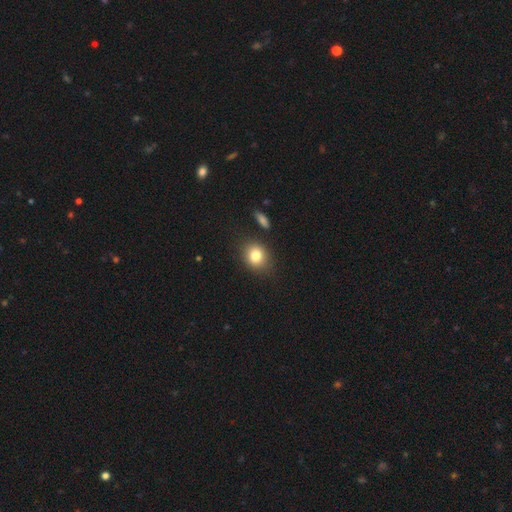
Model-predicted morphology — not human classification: The model was most divided on "how rounded": round: 62%, in between: 37%, cigar-shaped: 1%. More confident: merging — none (81%); smooth or featured — smooth (81%).